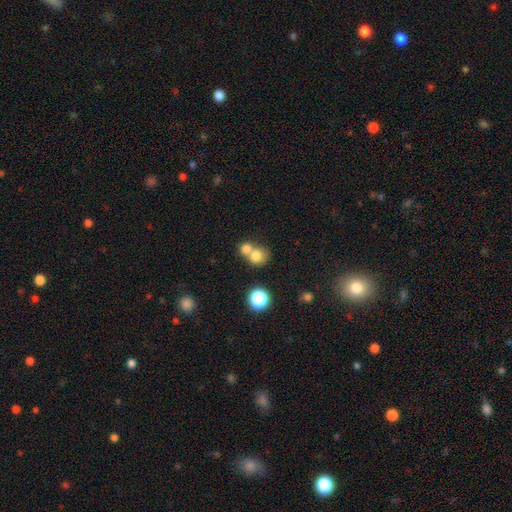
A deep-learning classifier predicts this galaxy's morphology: The model was most divided on "merging": merger: 59%, none: 32%, minor disturbance: 6%, major disturbance: 3%. More confident: smooth or featured — smooth (75%); how rounded — round (73%).